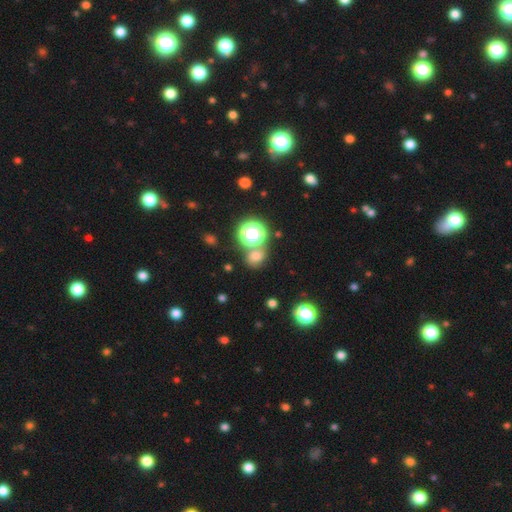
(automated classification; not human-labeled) The model was most divided on "smooth or featured": smooth: 61%, star or artifact: 30%, featured or disk: 10%. More confident: how rounded — round (66%); merging — none (62%).